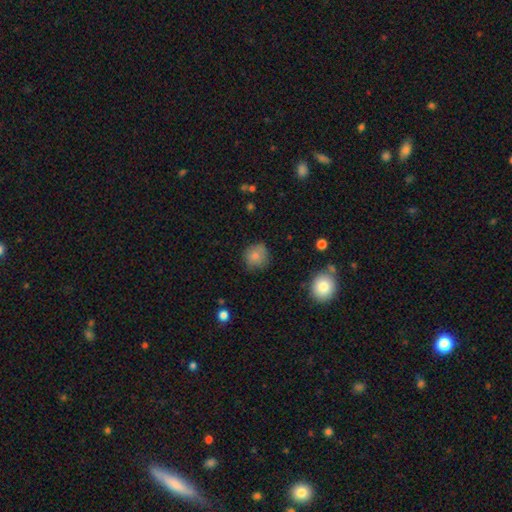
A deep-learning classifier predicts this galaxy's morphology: Smooth or featured?
  - smooth: 82% *
  - star or artifact: 10%
  - featured or disk: 9%
How rounded?
  - round: 88% *
  - in between: 11%
  - cigar-shaped: 1%
Merging?
  - none: 78% *
  - minor disturbance: 17%
  - major disturbance: 4%
  - merger: 2%